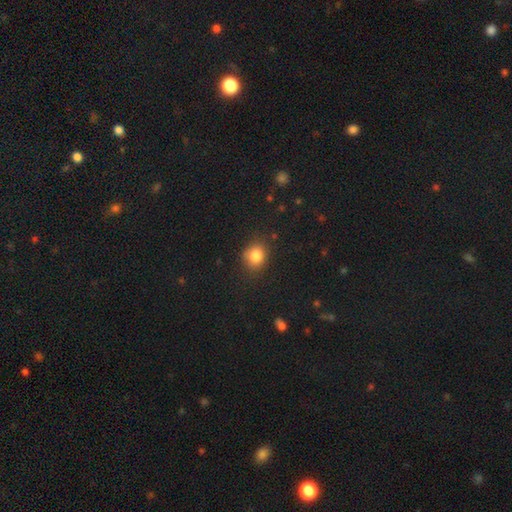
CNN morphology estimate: Smooth or featured: smooth — 83% (star or artifact — 11%)
How rounded: round — 71% (in between — 28%)
Merging: none — 80% (minor disturbance — 14%)